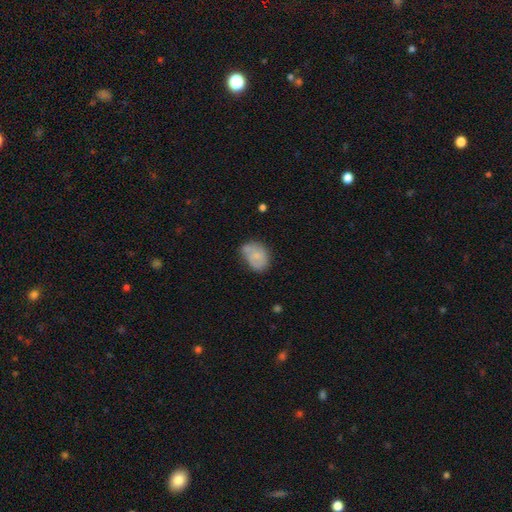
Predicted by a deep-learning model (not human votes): Q: Smooth or featured?
A: smooth (67%); runner-up: featured or disk (25%)
Q: How rounded?
A: in between (70%); runner-up: round (29%)
Q: Merging?
A: none (44%); runner-up: minor disturbance (31%)